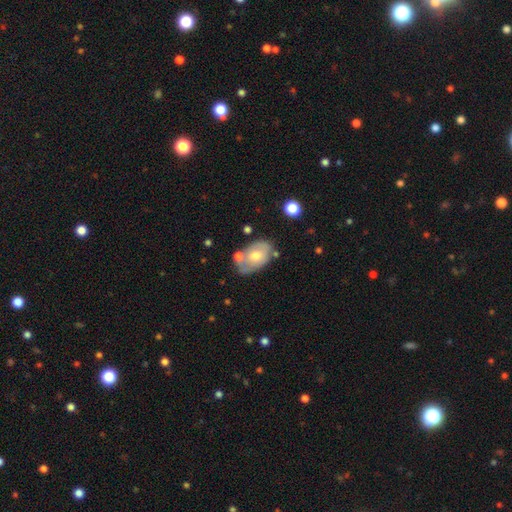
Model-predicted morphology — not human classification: A smooth galaxy with no disk features (55%) that is in between round and cigar-shaped (87%).

Vote fractions:
- Smooth or featured? smooth: 55% / featured or disk: 37% / star or artifact: 7%
- How rounded? in between: 87% / round: 11% / cigar-shaped: 1%
- Merging? none: 60% / minor disturbance: 20% / merger: 13% / major disturbance: 6%